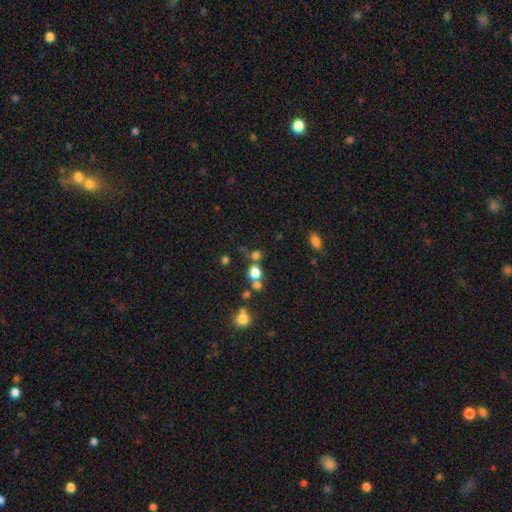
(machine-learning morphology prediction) Smooth or featured? smooth (69%)
How rounded? round (86%)
Merging? none (63%)